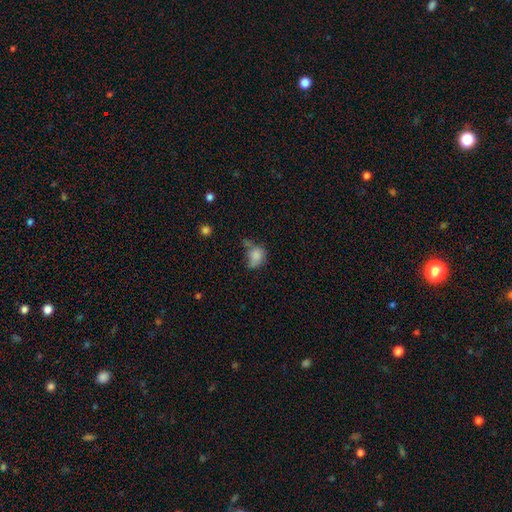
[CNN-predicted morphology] Smooth or featured?
  - smooth: 77% *
  - featured or disk: 12%
  - star or artifact: 11%
How rounded?
  - in between: 51% *
  - round: 47%
  - cigar-shaped: 1%
Merging?
  - none: 32% *
  - minor disturbance: 31%
  - major disturbance: 21%
  - merger: 17%